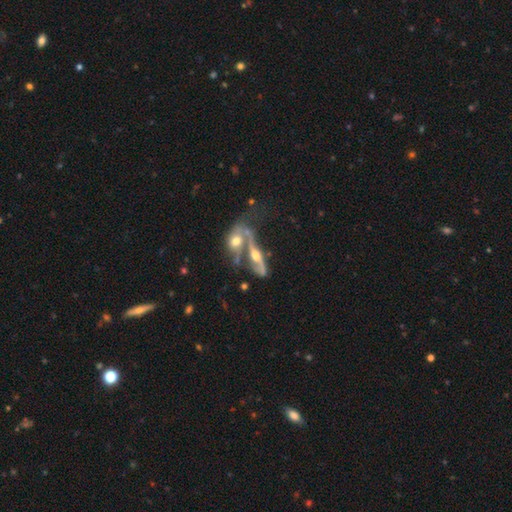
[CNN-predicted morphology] Smooth or featured: featured or disk — 72% (smooth — 20%)
Edge-on disk: no — 50% (tied with yes — 50%)
Merging: merger — 64% (none — 18%)